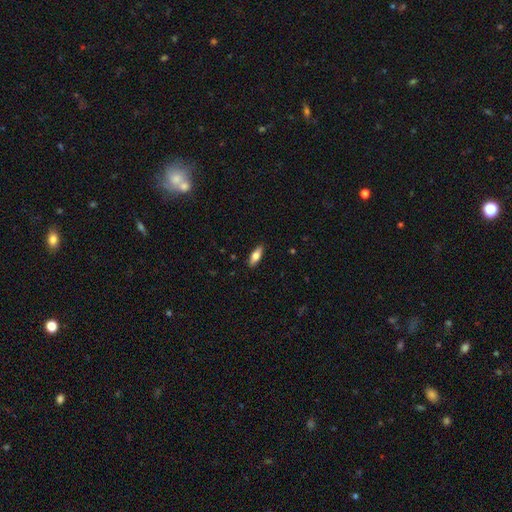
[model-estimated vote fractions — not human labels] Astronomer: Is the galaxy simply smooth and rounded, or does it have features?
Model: smooth — 70%.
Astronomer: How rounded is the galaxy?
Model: in between — 68%.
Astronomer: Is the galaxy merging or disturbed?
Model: none — 89%.